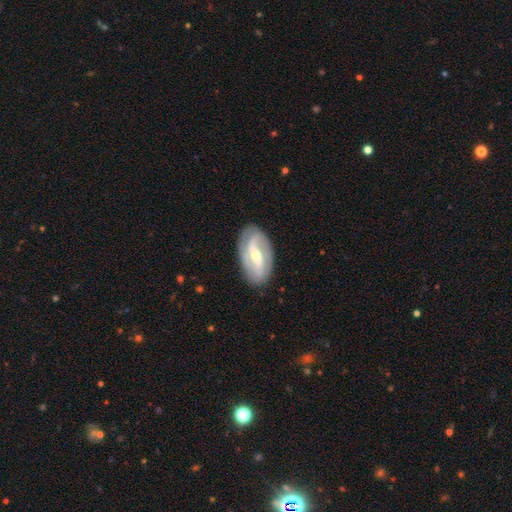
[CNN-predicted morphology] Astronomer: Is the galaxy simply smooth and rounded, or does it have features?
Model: featured or disk — 82%.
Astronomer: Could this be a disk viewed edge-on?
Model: no — 93%.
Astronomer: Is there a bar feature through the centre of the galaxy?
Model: strong — 49% (runner-up: weak, 33%).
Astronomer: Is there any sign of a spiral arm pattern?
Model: yes — 87%.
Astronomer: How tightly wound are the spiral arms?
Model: medium — 38% (runner-up: tight, 32%).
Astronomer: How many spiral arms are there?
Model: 2 — 83%.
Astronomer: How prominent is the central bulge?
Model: moderate — 51% (runner-up: small, 46%).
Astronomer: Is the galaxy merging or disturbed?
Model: none — 84%.